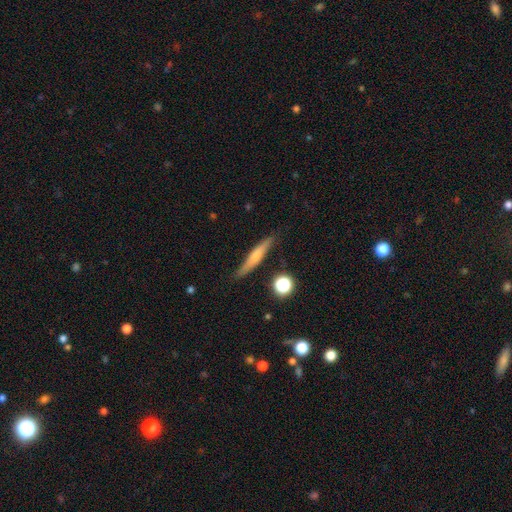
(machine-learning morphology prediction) Q: Smooth or featured?
A: smooth (49%); runner-up: featured or disk (44%)
Q: Merging?
A: none (83%); runner-up: minor disturbance (12%)